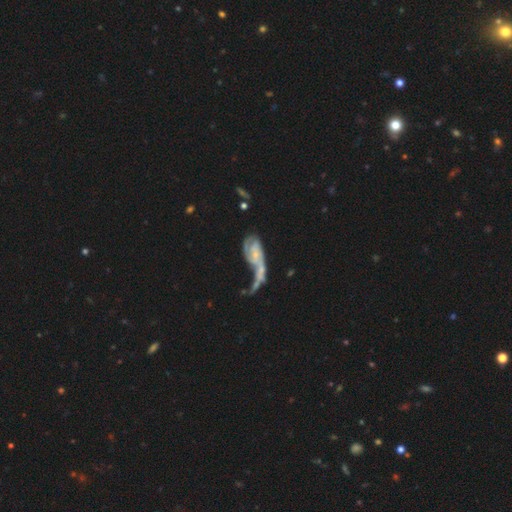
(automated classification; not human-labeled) A featured or disk galaxy (74%) with no bar (66%), 2 (51%) medium (35%) spiral arms (81%) and a small central bulge (67%).

Vote fractions:
- Smooth or featured? featured or disk: 74% / smooth: 18% / star or artifact: 8%
- Edge-on disk? no: 93% / yes: 7%
- Bar? no: 66% / weak: 26% / strong: 8%
- Spiral arms? yes: 81% / no: 19%
- Spiral winding? medium: 35% / loose: 34% / tight: 31%
- Spiral arm count? 2: 51% / can't tell: 23% / 1: 16% / 3: 6% / 4: 2% / more than 4: 2%
- Bulge size? small: 67% / moderate: 18% / none: 13% / large: 2% / dominant: 1%
- Merging? merger: 50% / major disturbance: 25% / none: 14% / minor disturbance: 10%